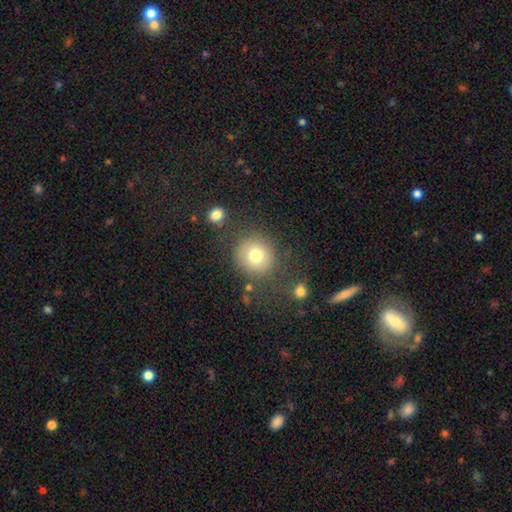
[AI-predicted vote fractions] This appears to be a smooth galaxy with no disk features (77%) that is round (90%). Merging: none (75%).